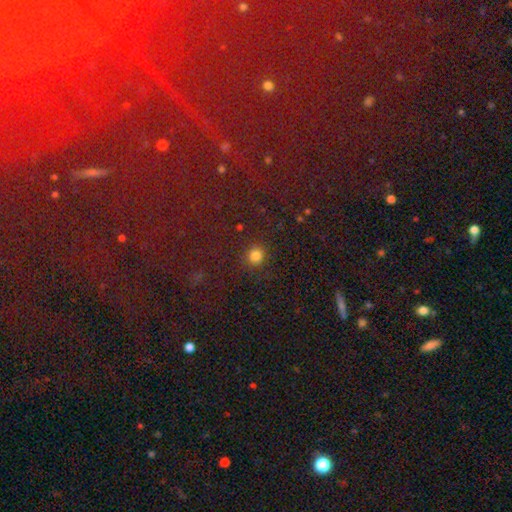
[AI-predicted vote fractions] The model was most divided on "smooth or featured": smooth: 77%, star or artifact: 17%, featured or disk: 5%. More confident: how rounded — round (87%); merging — none (87%).